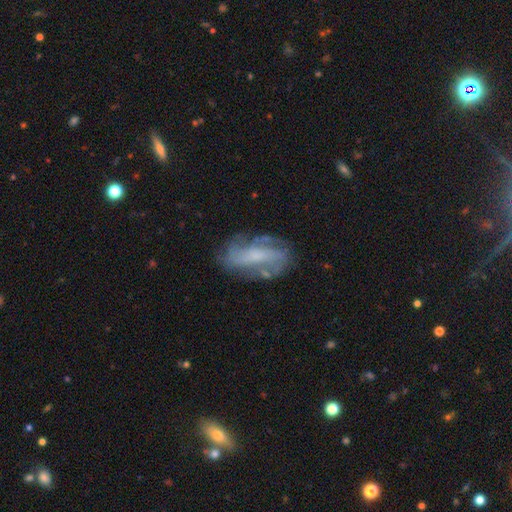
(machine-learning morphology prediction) Smooth or featured? featured or disk (71%)
Edge-on disk? no (90%)
Bar? no (38%)
Spiral arms? yes (81%)
Spiral winding? medium (40%)
Spiral arm count? 2 (48%)
Bulge size? small (44%)
Merging? none (66%)